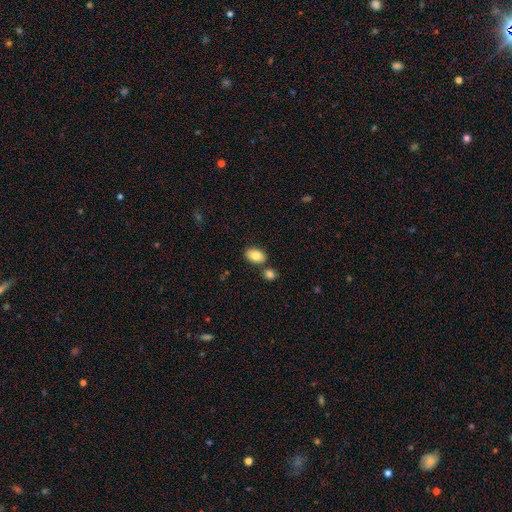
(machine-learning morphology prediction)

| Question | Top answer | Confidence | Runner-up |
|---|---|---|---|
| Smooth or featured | smooth | 84% | featured or disk (8%) |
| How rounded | in between | 90% | round (8%) |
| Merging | none | 75% | merger (13%) |